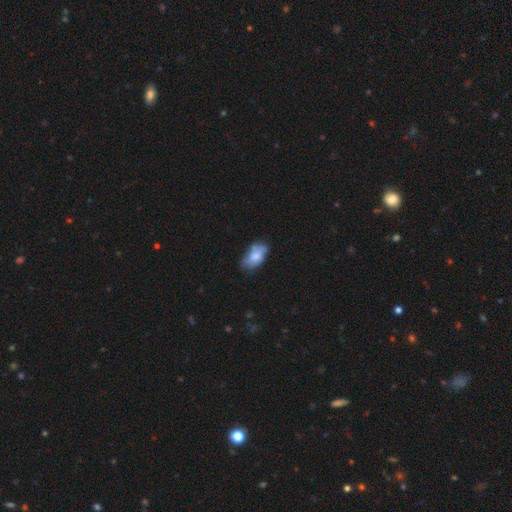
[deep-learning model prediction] The model was most divided on "merging": none: 54%, minor disturbance: 32%, major disturbance: 9%, merger: 4%. More confident: how rounded — in between (92%); smooth or featured — smooth (68%).